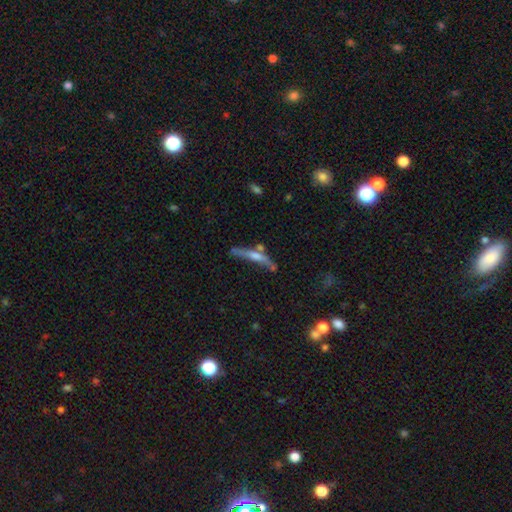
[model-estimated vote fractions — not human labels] smooth-or-featured: featured or disk: 53% | smooth: 39% | star or artifact: 8%
  disk-edge-on: yes: 90% | no: 10%
  merging: none: 59% | minor disturbance: 20% | merger: 13% | major disturbance: 7%